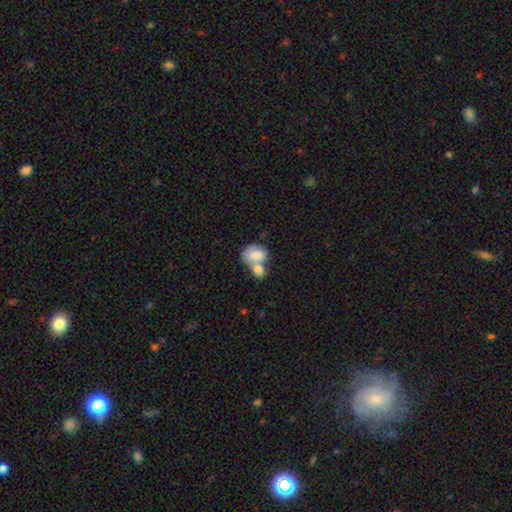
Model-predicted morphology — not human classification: Smooth or featured: smooth — 77% (featured or disk — 16%)
How rounded: in between — 77% (round — 21%)
Merging: merger — 70% (none — 17%)